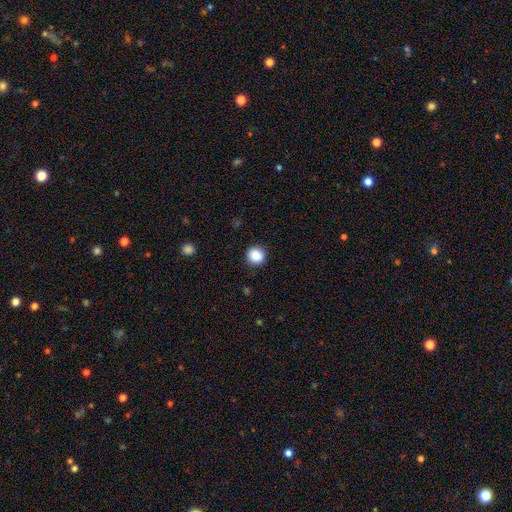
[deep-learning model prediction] Smooth or featured?
  - smooth: 87% *
  - star or artifact: 9%
  - featured or disk: 3%
How rounded?
  - round: 93% *
  - in between: 6%
  - cigar-shaped: 1%
Merging?
  - none: 91% *
  - minor disturbance: 6%
  - major disturbance: 2%
  - merger: 1%